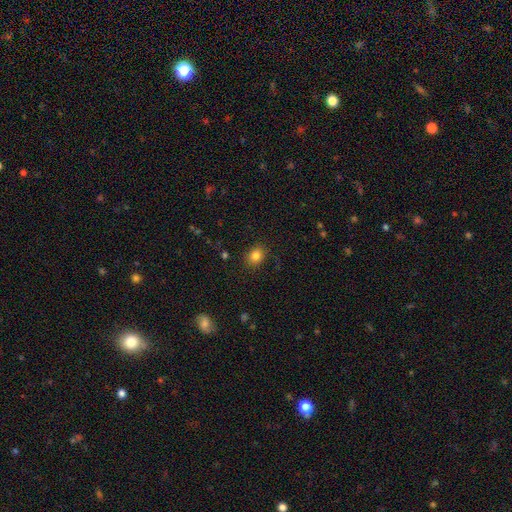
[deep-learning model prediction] A smooth galaxy with no disk features (83%) that is round (54%).

Vote fractions:
- Smooth or featured? smooth: 83% / star or artifact: 11% / featured or disk: 6%
- How rounded? round: 54% / in between: 46% / cigar-shaped: 1%
- Merging? none: 87% / minor disturbance: 9% / major disturbance: 3% / merger: 1%